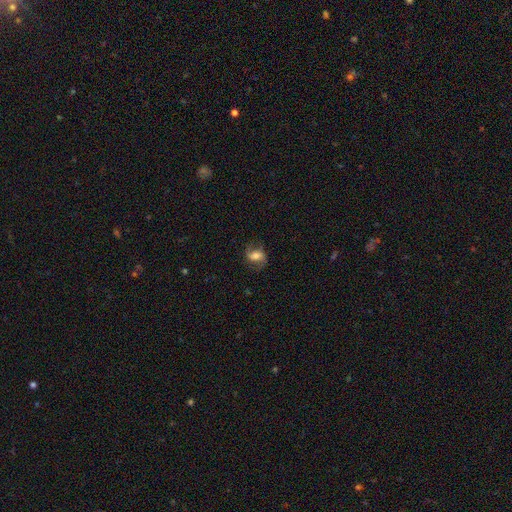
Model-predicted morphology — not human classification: featured or disk 54%, smooth 36%, star or artifact 9%. Down the decision tree: edge-on disk — no (95%); bar — weak (39%); spiral arms — yes (87%); bulge size — moderate (47%); merging — none (71%).